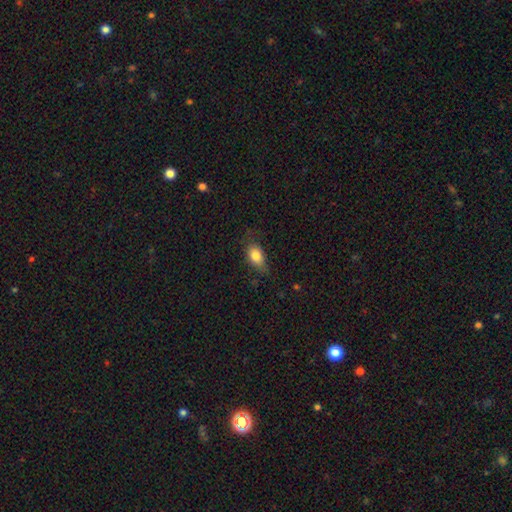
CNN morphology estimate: Overall: smooth (81%). How rounded: in between (80%). Merging: none (57%; minor disturbance 30%).